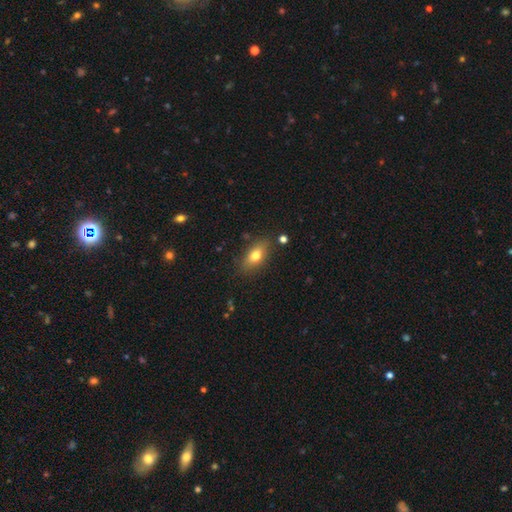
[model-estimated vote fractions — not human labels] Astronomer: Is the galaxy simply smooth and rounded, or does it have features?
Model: smooth — 72%.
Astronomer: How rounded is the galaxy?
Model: in between — 79%.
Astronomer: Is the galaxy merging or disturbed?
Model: none — 81%.